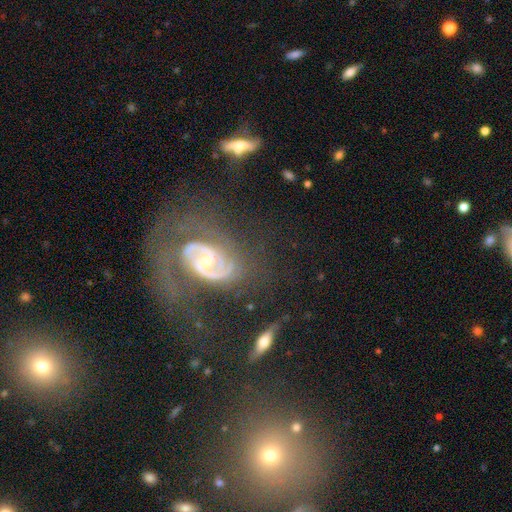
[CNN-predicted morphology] Overall: featured or disk (80%). Edge-on disk: no (96%). Bar: no (54%; weak 34%). Spiral arms: yes (86%). Spiral arm count: 2 (50%; 1 23%). Spiral winding: medium (41%; tight 40%). Bulge size: small (47%; moderate 41%). Merging: none (43%; major disturbance 31%).